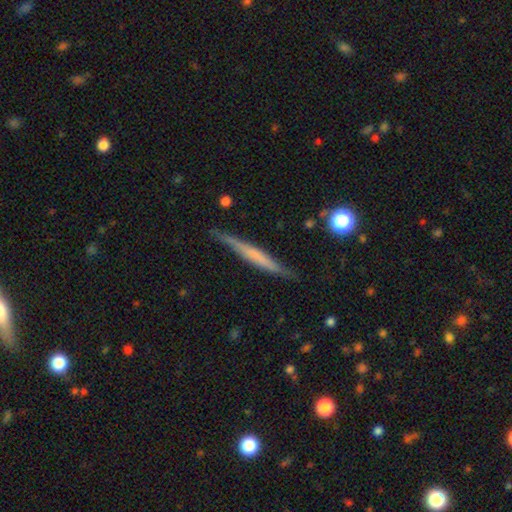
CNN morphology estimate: smooth-or-featured: featured or disk: 51% | smooth: 43% | star or artifact: 6%
  disk-edge-on: yes: 95% | no: 5%
  merging: none: 82% | minor disturbance: 14% | major disturbance: 3% | merger: 2%